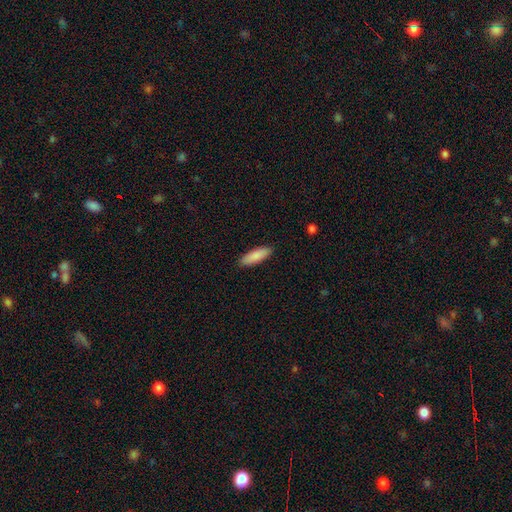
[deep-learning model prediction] Smooth or featured: smooth — 88% (featured or disk — 7%)
How rounded: in between — 56% (cigar-shaped — 43%)
Merging: none — 90% (minor disturbance — 7%)